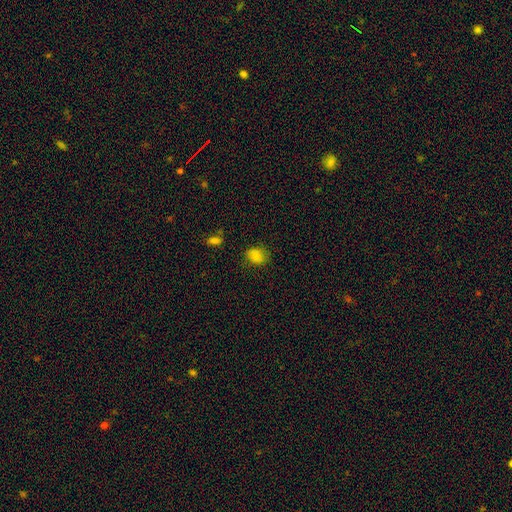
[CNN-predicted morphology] Smooth or featured? Predicted: smooth (p=0.82). How rounded? Predicted: in between (p=0.59). Merging? Predicted: none (p=0.73).